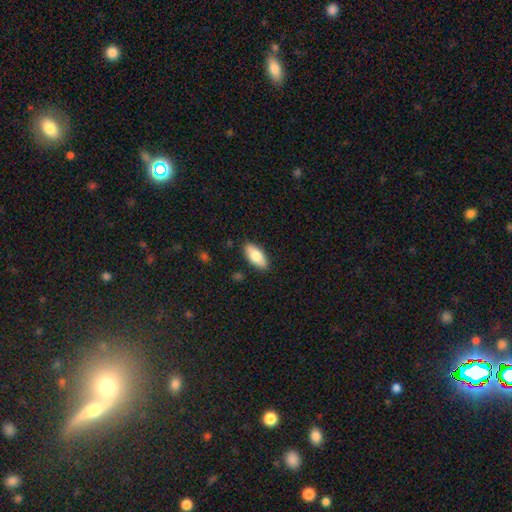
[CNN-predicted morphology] Smooth or featured: smooth — 79% (featured or disk — 15%)
How rounded: in between — 88% (cigar-shaped — 10%)
Merging: none — 87% (minor disturbance — 10%)